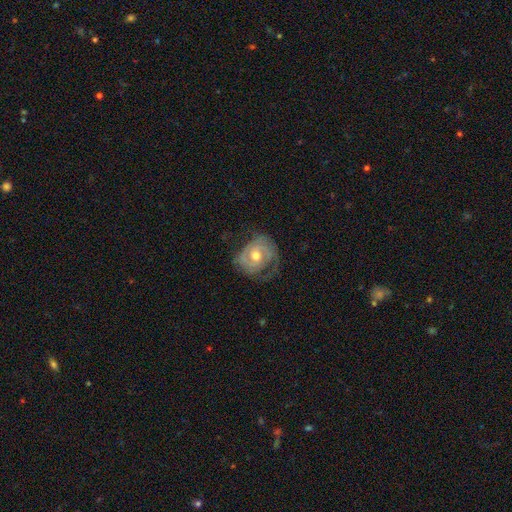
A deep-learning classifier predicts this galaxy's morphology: The model was most divided on "spiral winding": tight: 54%, medium: 32%, loose: 14%. More confident: edge-on disk — no (97%); spiral arms — yes (86%); smooth or featured — featured or disk (75%); bulge size — moderate (75%); bar — no (67%); merging — none (55%); spiral arm count — 2 (51%).